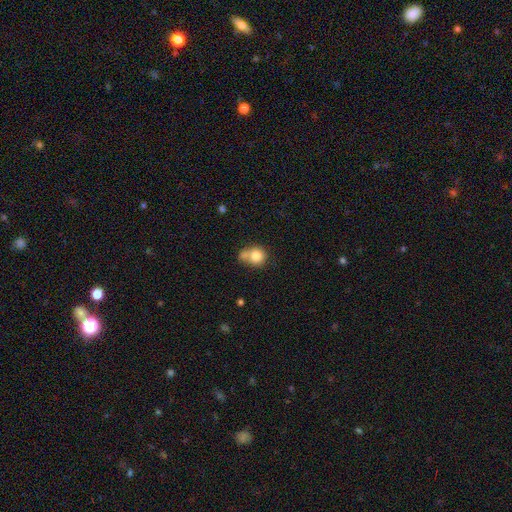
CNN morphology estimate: A smooth galaxy with no disk features (80%) that is round (80%). Merging: none (39%, tied with merger).